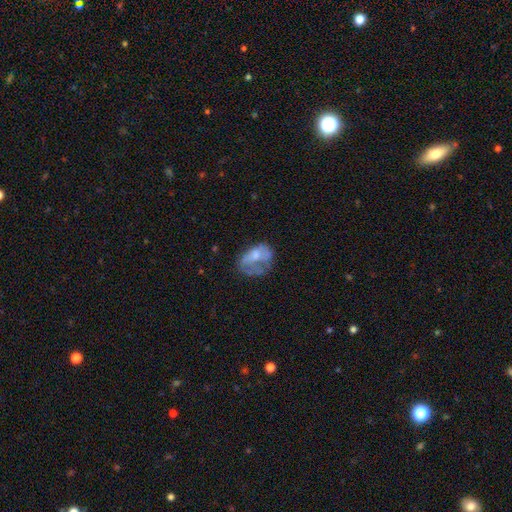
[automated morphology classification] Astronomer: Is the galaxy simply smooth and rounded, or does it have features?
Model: smooth — 46% (runner-up: featured or disk, 44%).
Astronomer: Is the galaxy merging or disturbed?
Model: major disturbance — 37% (runner-up: none, 31%).